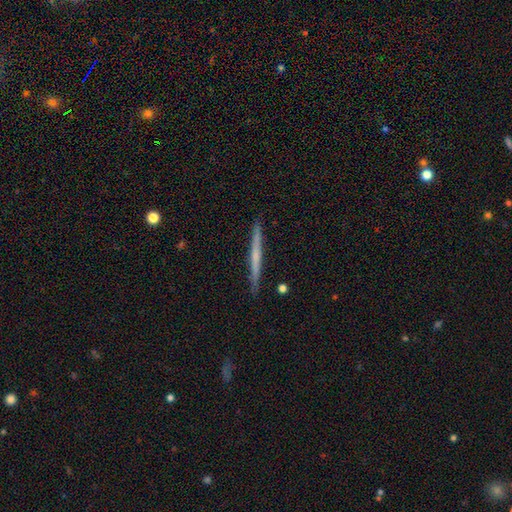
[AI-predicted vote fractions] featured or disk 54%, smooth 41%, star or artifact 6%. Down the decision tree: edge-on disk — yes (98%); edge-on bulge — none (76%); merging — none (91%).